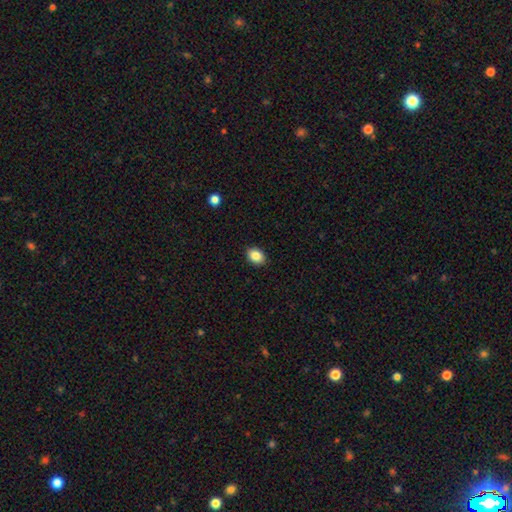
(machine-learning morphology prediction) The model was most divided on "how rounded": in between: 69%, round: 30%, cigar-shaped: 1%. More confident: merging — none (90%); smooth or featured — smooth (86%).